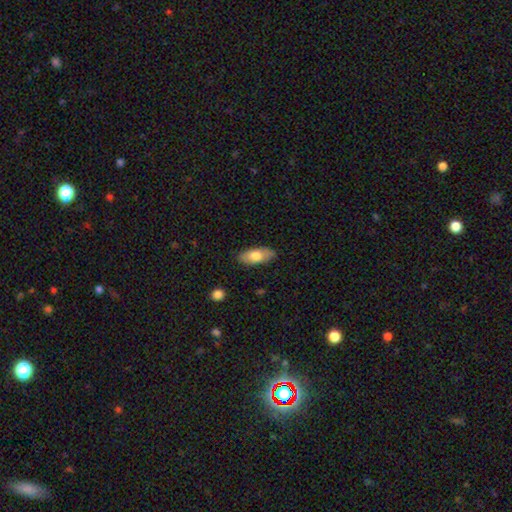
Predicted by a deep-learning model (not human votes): Smooth or featured: smooth — 72% (featured or disk — 22%)
How rounded: in between — 84% (cigar-shaped — 13%)
Merging: none — 85% (minor disturbance — 11%)